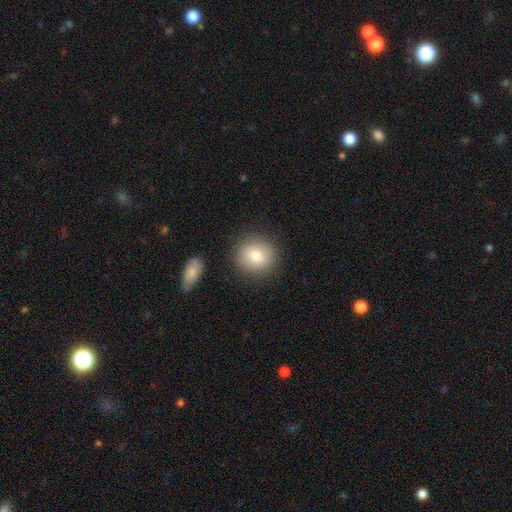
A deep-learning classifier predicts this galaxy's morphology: smooth 81%, featured or disk 10%, star or artifact 8%. Down the decision tree: how rounded — round (84%); merging — none (86%).